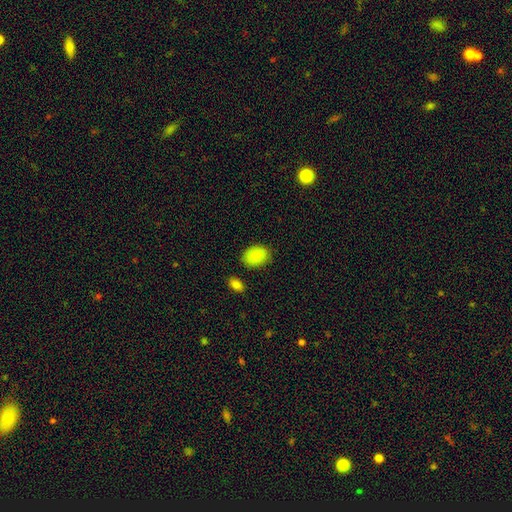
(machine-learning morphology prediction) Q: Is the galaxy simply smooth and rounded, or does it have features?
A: smooth — 89%.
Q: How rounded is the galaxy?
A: in between — 82%.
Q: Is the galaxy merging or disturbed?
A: none — 83%.